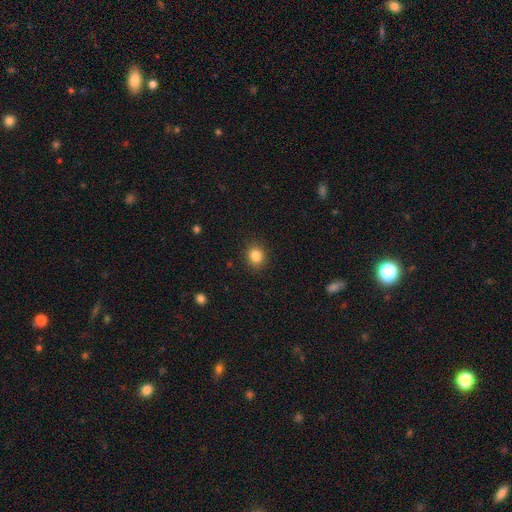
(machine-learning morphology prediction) smooth_or_featured: smooth (p=0.84) [alt: star or artifact p=0.11]
how_rounded: round (p=0.77) [alt: in between p=0.22]
merging: none (p=0.90) [alt: minor disturbance p=0.07]